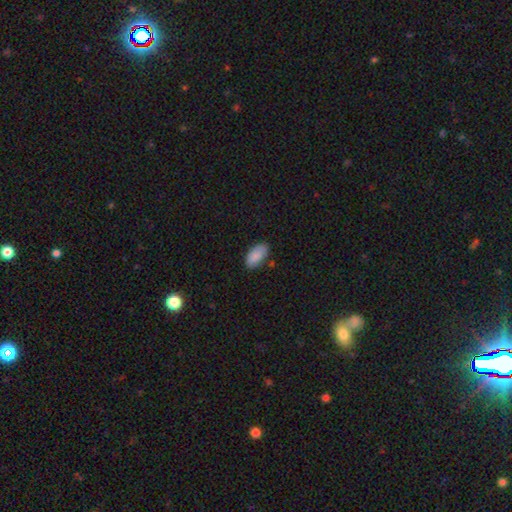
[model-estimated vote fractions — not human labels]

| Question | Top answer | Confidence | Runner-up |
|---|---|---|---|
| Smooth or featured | smooth | 88% | star or artifact (7%) |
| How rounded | in between | 94% | cigar-shaped (4%) |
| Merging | none | 78% | minor disturbance (16%) |